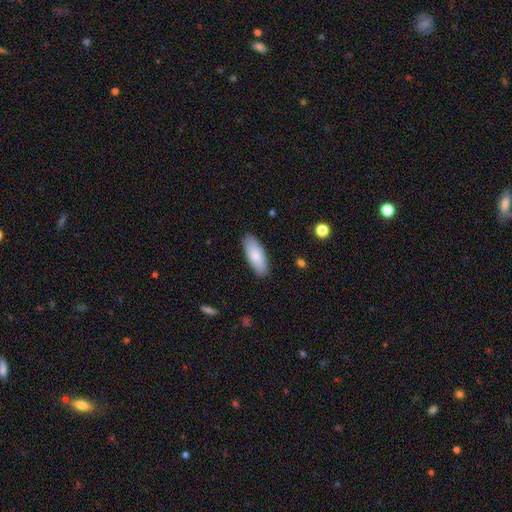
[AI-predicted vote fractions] smooth 82%, featured or disk 12%, star or artifact 6%. Down the decision tree: how rounded — in between (77%); merging — none (88%).